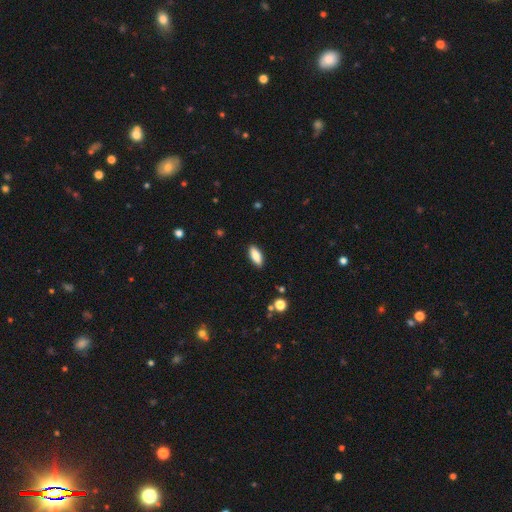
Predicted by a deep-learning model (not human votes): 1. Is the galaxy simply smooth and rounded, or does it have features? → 86% smooth, 7% featured or disk, 7% star or artifact.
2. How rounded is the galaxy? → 80% in between, 19% cigar-shaped, 2% round.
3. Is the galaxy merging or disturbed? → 89% none, 8% minor disturbance, 2% major disturbance, 1% merger.